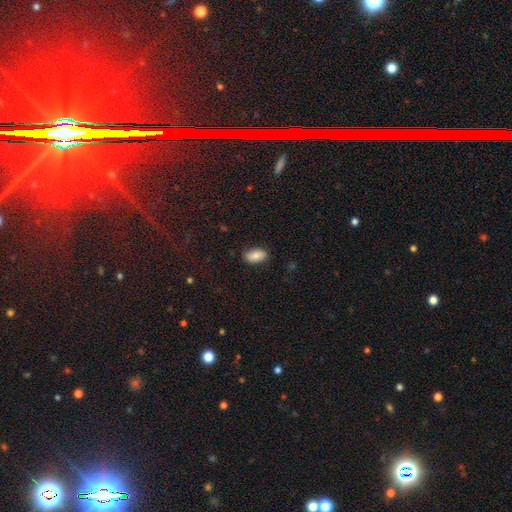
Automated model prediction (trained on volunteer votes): Smooth or featured? Predicted: smooth (p=0.83). How rounded? Predicted: in between (p=0.93). Merging? Predicted: none (p=0.85).